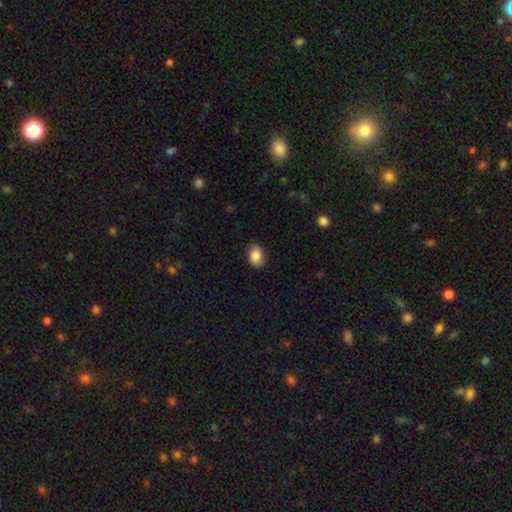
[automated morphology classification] The model was most divided on "how rounded": in between: 76%, round: 23%, cigar-shaped: 1%. More confident: smooth or featured — smooth (82%); merging — none (80%).